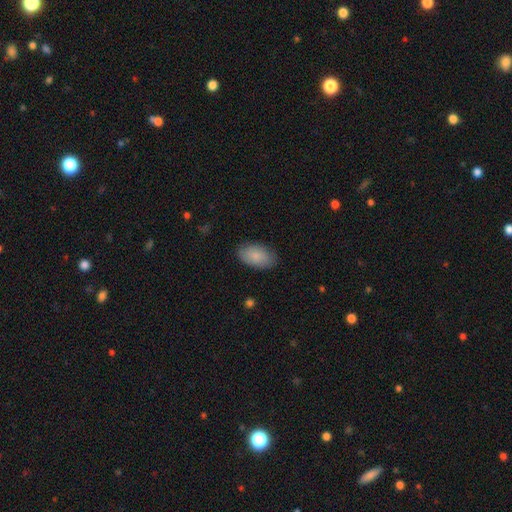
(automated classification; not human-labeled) Smooth or featured: smooth — 84% (featured or disk — 10%)
How rounded: in between — 94% (round — 4%)
Merging: none — 83% (minor disturbance — 13%)